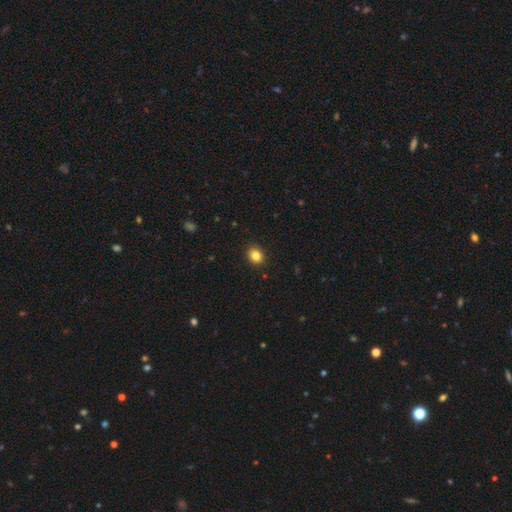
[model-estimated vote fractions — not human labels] Smooth or featured? smooth (84%)
How rounded? round (55%)
Merging? none (90%)